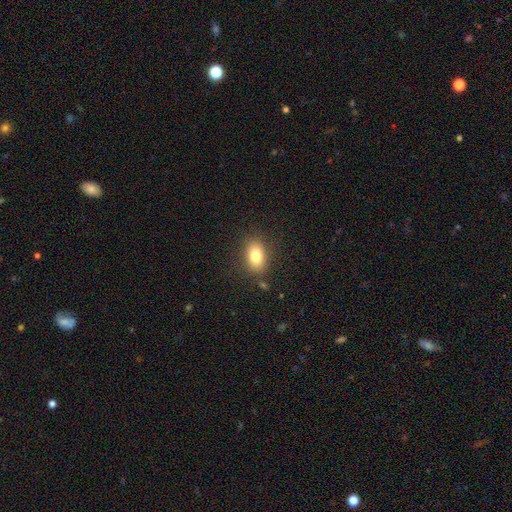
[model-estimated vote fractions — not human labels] This is clearly a smooth galaxy (82%). How rounded: clearly in between (85%). Merging: clearly none (84%).